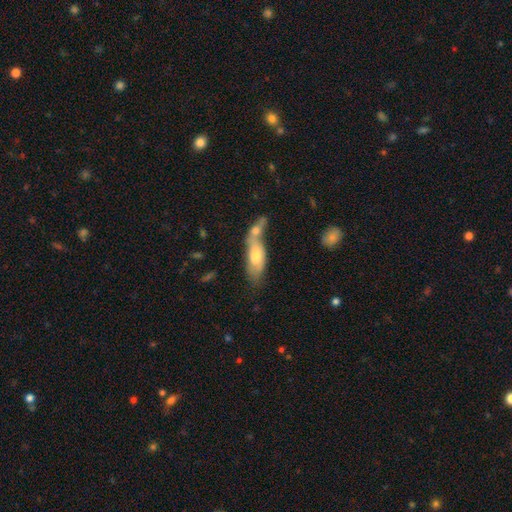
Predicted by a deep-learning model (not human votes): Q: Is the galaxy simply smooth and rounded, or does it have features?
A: smooth — 65%.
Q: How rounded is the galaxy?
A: in between — 69%.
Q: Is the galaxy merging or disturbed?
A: merger — 55%.